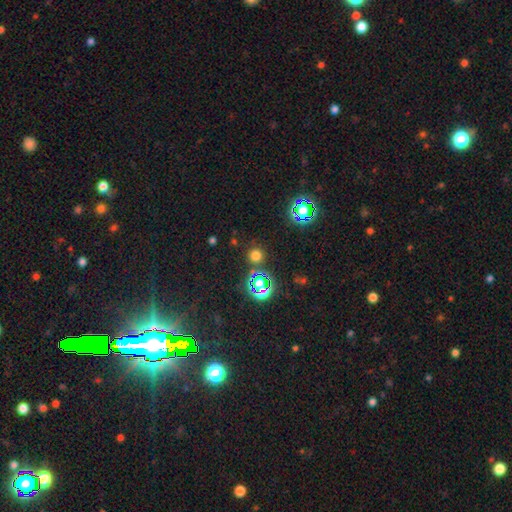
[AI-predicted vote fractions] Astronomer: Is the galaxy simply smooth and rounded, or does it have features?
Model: smooth — 65%.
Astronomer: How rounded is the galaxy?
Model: round — 93%.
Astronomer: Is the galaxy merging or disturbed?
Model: none — 84%.